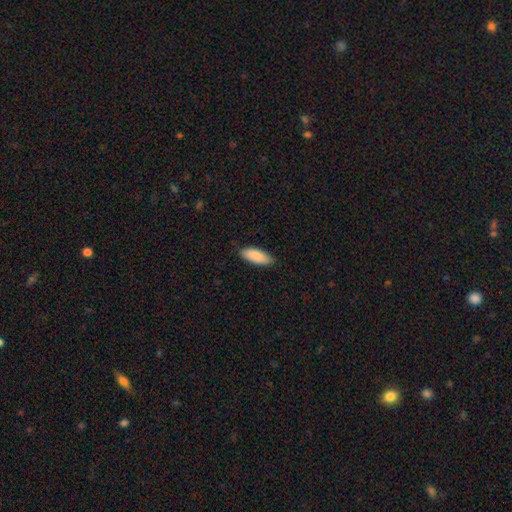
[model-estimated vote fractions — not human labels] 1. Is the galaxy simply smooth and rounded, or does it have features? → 89% smooth, 6% featured or disk, 5% star or artifact.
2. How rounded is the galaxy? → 77% in between, 22% cigar-shaped, 2% round.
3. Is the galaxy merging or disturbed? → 83% none, 14% minor disturbance, 2% major disturbance, 1% merger.